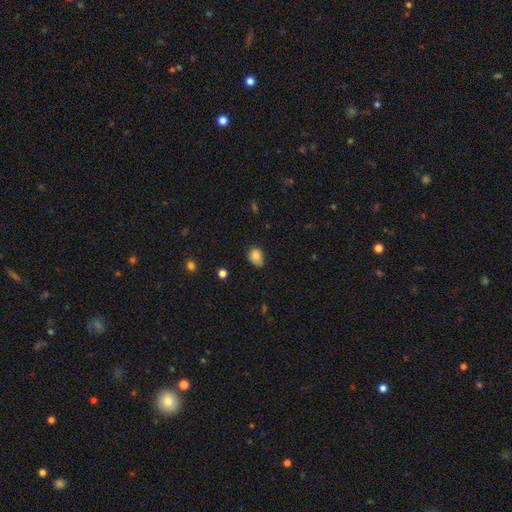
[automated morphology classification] Overall: smooth (80%). How rounded: in between (55%; round 44%). Merging: none (58%; minor disturbance 34%).